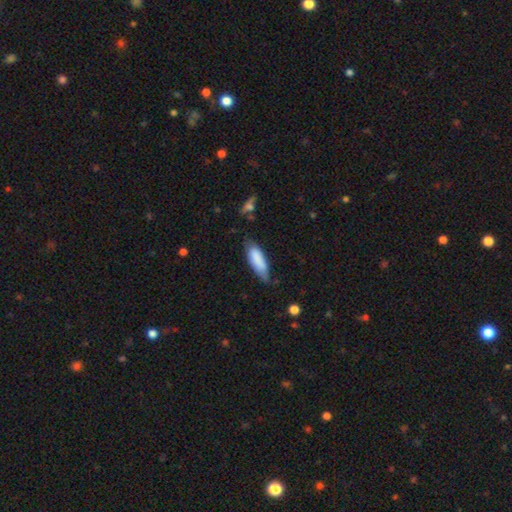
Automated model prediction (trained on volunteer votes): smooth 82%, featured or disk 11%, star or artifact 6%. Down the decision tree: how rounded — in between (63%); merging — none (55%).